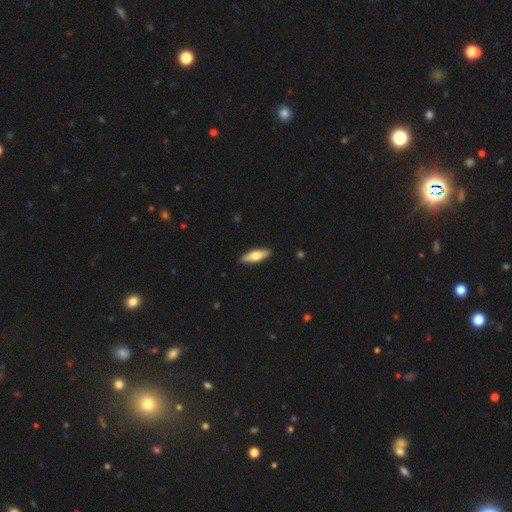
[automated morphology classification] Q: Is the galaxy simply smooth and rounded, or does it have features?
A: smooth — 57%.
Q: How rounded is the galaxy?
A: cigar-shaped — 50%.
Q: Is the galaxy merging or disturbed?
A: none — 90%.